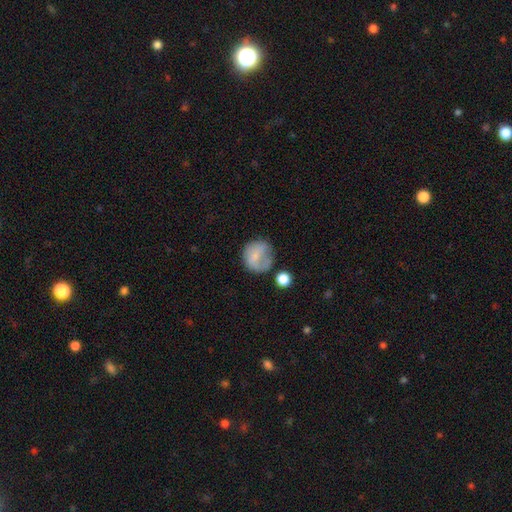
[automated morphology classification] type=smooth (69%); roundness=round (81%); merging=none (48%).